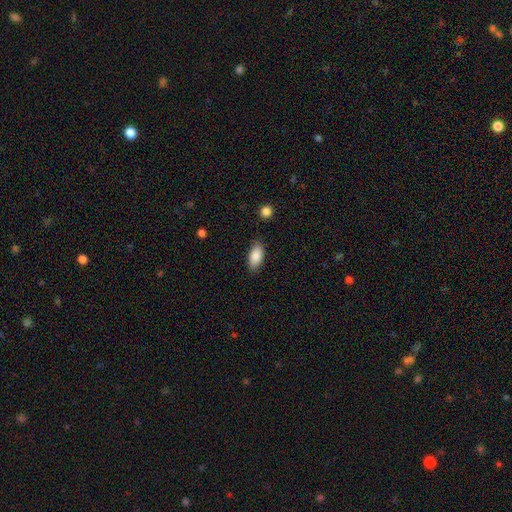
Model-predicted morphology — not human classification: Smooth or featured? Predicted: smooth (p=0.87). How rounded? Predicted: in between (p=0.91). Merging? Predicted: none (p=0.84).